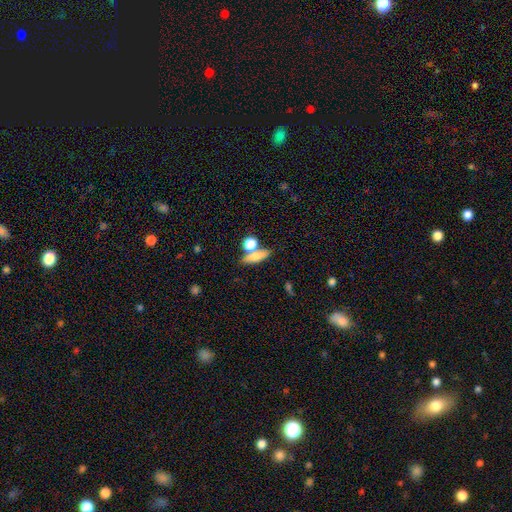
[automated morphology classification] smooth_or_featured: smooth (p=0.73) [alt: featured or disk p=0.19]
how_rounded: in between (p=0.50) [alt: cigar-shaped p=0.33]
merging: none (p=0.52) [alt: merger p=0.34]